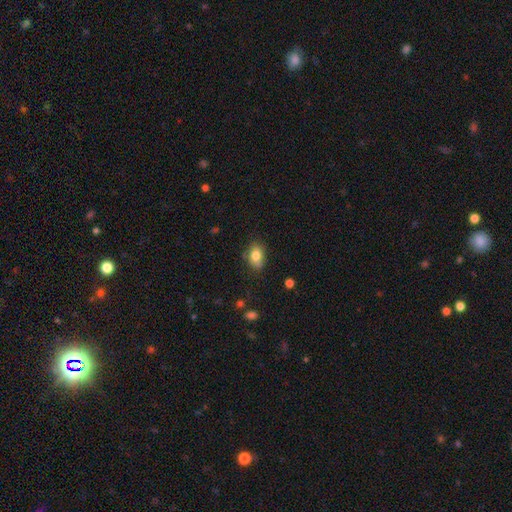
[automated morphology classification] Smooth or featured: smooth — 80% (featured or disk — 12%)
How rounded: in between — 80% (round — 19%)
Merging: none — 73% (minor disturbance — 21%)